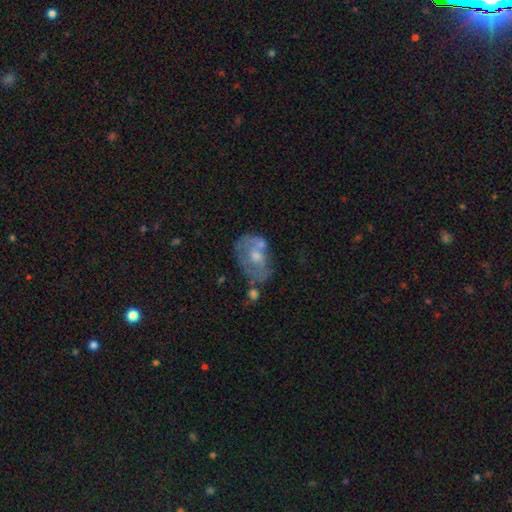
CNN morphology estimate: Smooth or featured? Predicted: featured or disk (p=0.57). Edge-on disk? Predicted: no (p=0.96). Bar? Predicted: no (p=0.77). Spiral arms? Predicted: no (p=0.64). Bulge size? Predicted: moderate (p=0.52). Merging? Predicted: none (p=0.36).